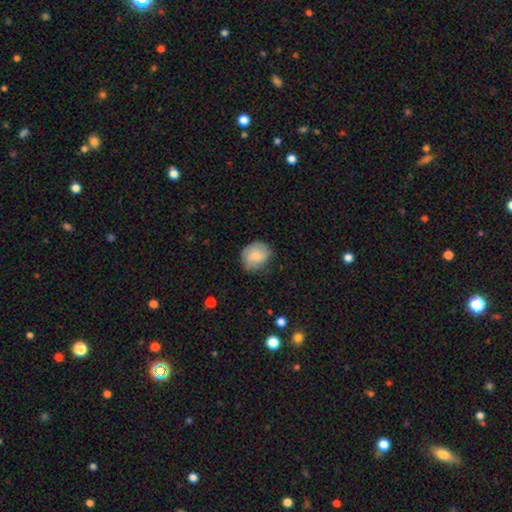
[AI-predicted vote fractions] Smooth or featured? Predicted: smooth (p=0.61). How rounded? Predicted: round (p=0.68). Merging? Predicted: none (p=0.65).